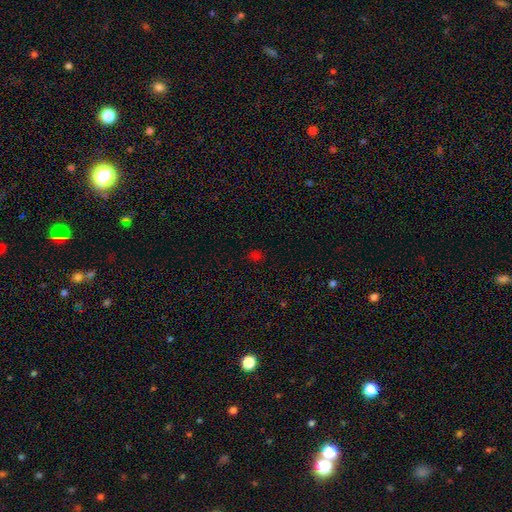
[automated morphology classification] Q: Smooth or featured?
A: smooth (61%); runner-up: star or artifact (34%)
Q: How rounded?
A: round (63%); runner-up: in between (35%)
Q: Merging?
A: none (82%); runner-up: minor disturbance (11%)